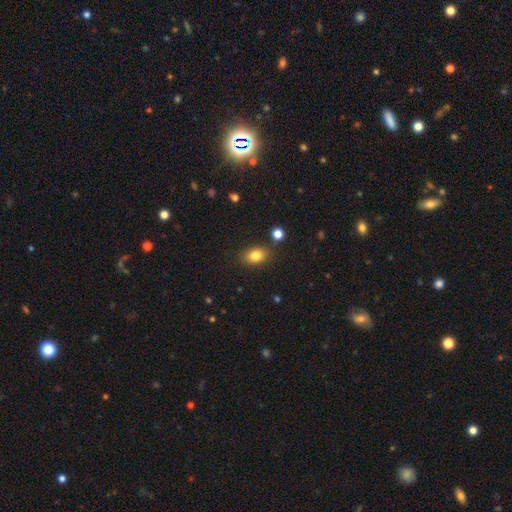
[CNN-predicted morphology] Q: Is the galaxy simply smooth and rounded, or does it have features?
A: smooth — 83%.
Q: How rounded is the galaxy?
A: in between — 75%.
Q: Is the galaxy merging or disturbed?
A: none — 82%.